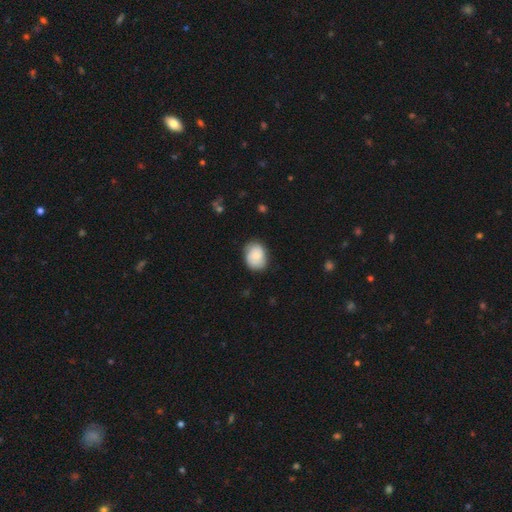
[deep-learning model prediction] Overall: smooth (70%). How rounded: in between (54%; round 45%). Merging: none (72%).